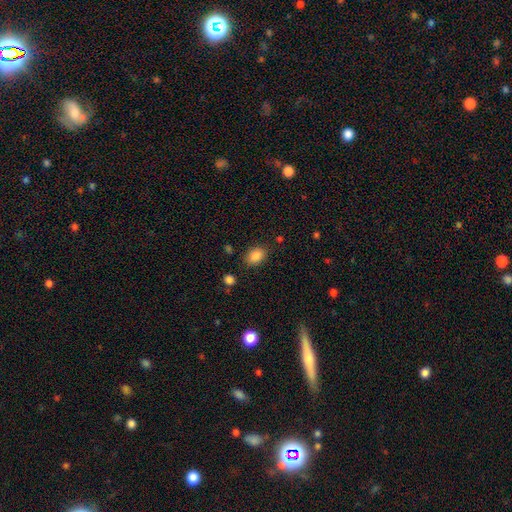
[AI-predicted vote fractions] Overall: smooth (86%). How rounded: in between (75%). Merging: none (83%).